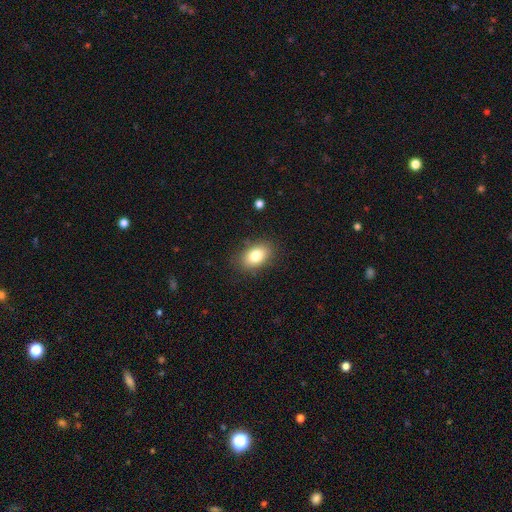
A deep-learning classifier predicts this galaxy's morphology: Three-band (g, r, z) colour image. It shows a smooth galaxy with no disk features (81%) that is in between round and cigar-shaped (85%). Merging: none (85%).